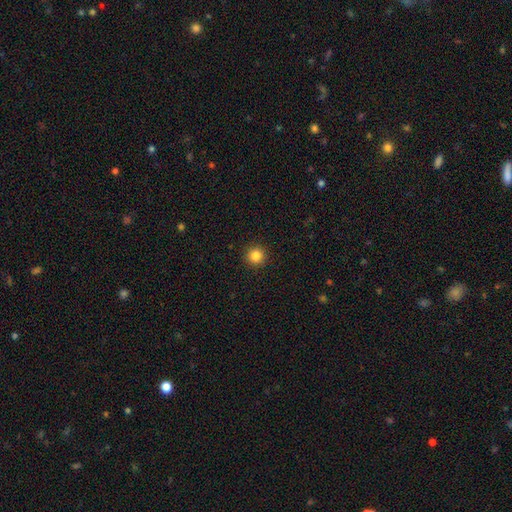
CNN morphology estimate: smooth_or_featured: smooth (p=0.84) [alt: star or artifact p=0.11]
how_rounded: round (p=0.95) [alt: in between p=0.04]
merging: none (p=0.93) [alt: minor disturbance p=0.05]